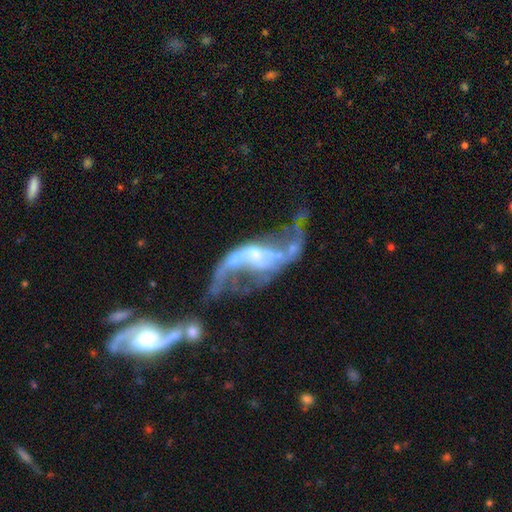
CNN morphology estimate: Smooth or featured: featured or disk — 87% (star or artifact — 7%)
Edge-on disk: no — 96% (yes — 4%)
Bar: weak — 42% (no — 29%)
Spiral arms: yes — 89% (no — 11%)
Spiral winding: loose — 86% (medium — 11%)
Spiral arm count: 2 — 87% (can't tell — 4%)
Bulge size: small — 45% (moderate — 29%)
Merging: none — 33% (major disturbance — 27%)